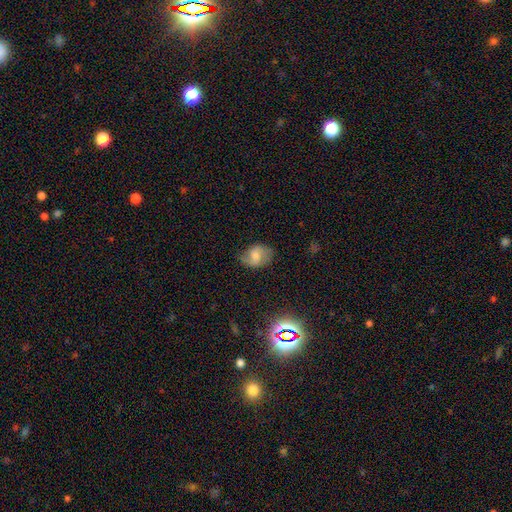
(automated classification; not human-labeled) This is possibly a smooth galaxy (54%). How rounded: likely in between (68%). Merging: likely none (68%).